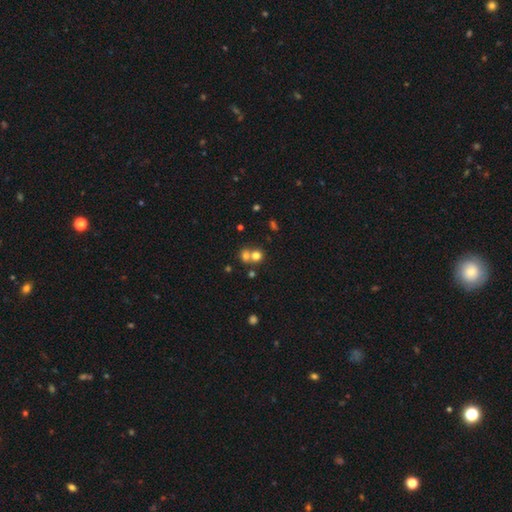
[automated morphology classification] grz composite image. It shows a smooth galaxy with no disk features (72%) that is round (83%). Merging: merger (51%).